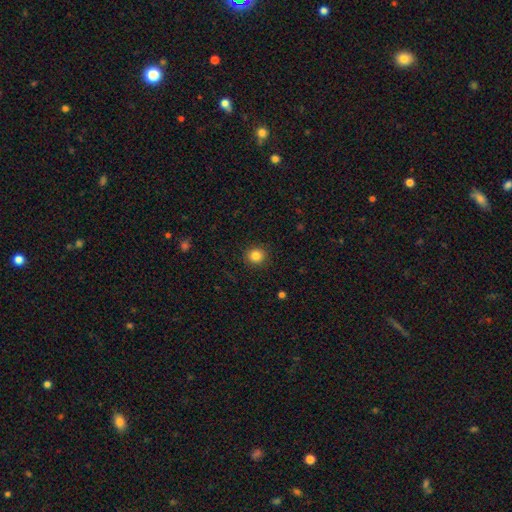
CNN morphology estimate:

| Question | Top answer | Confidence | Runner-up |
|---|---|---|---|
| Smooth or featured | smooth | 84% | star or artifact (11%) |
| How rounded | round | 91% | in between (8%) |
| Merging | none | 91% | minor disturbance (6%) |